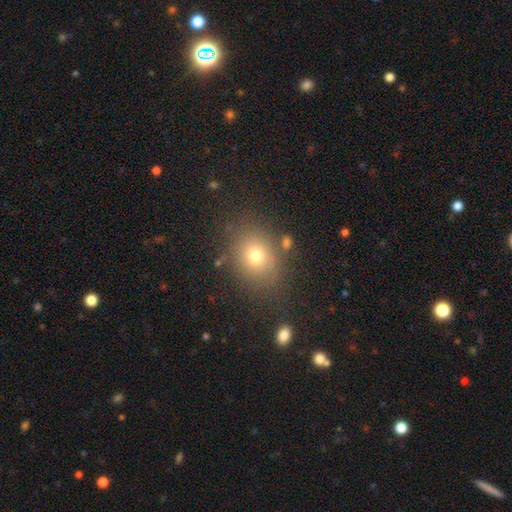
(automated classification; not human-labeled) Smooth or featured?
  - smooth: 74% *
  - star or artifact: 14%
  - featured or disk: 12%
How rounded?
  - round: 53% *
  - in between: 46%
  - cigar-shaped: 1%
Merging?
  - none: 79% *
  - minor disturbance: 12%
  - major disturbance: 5%
  - merger: 4%